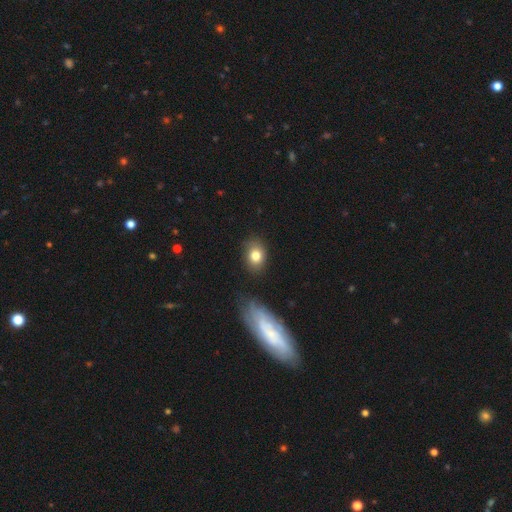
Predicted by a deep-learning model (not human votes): smooth 80%, featured or disk 10%, star or artifact 10%. Down the decision tree: how rounded — in between (61%); merging — none (78%).